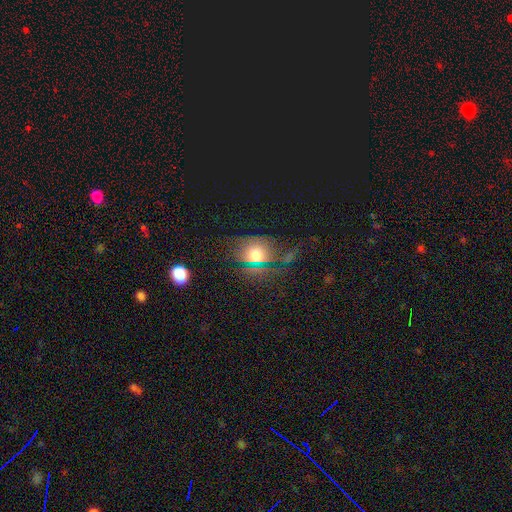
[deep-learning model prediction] Smooth or featured? Predicted: smooth (p=0.54). How rounded? Predicted: round (p=0.50). Merging? Predicted: none (p=0.53).